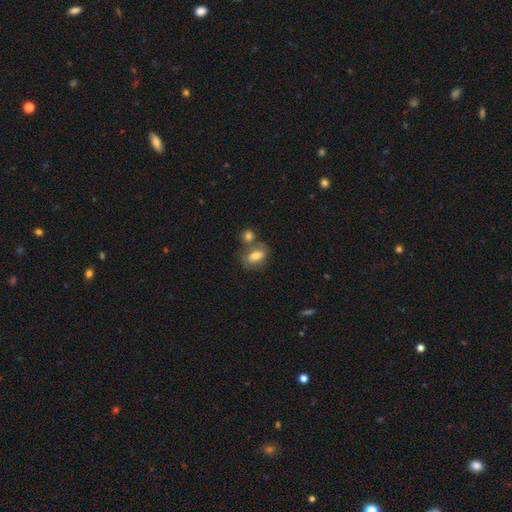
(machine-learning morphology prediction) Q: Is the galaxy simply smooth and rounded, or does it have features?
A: smooth — 66%.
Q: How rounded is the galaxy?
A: in between — 80%.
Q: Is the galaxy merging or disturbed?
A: none — 45%.